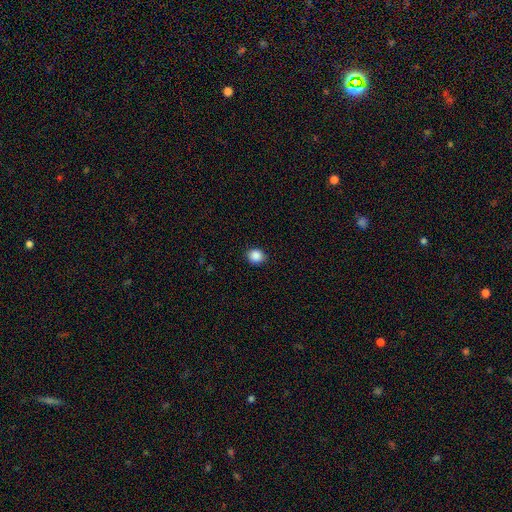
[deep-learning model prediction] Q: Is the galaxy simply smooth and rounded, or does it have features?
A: smooth — 88%.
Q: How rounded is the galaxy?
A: round — 81%.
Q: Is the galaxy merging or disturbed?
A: none — 89%.